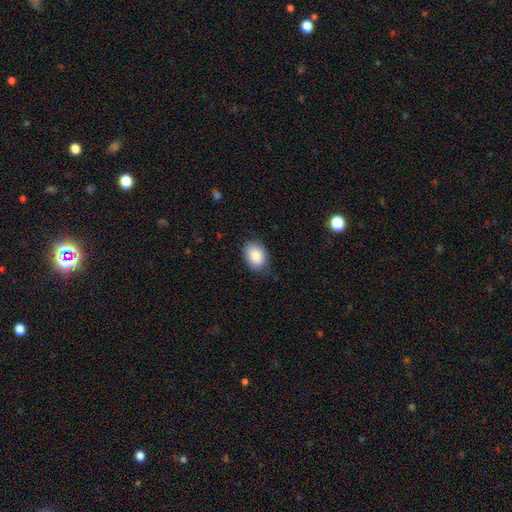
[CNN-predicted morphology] Smooth or featured: smooth — 88% (star or artifact — 7%)
How rounded: in between — 84% (round — 15%)
Merging: none — 79% (minor disturbance — 17%)